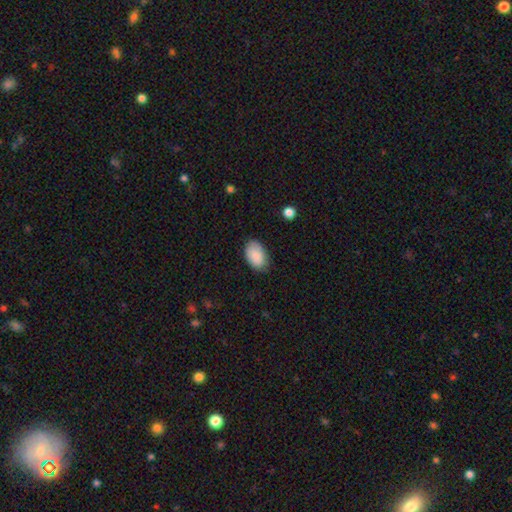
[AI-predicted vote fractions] smooth_or_featured: smooth (p=0.88) [alt: star or artifact p=0.06]
how_rounded: in between (p=0.93) [alt: round p=0.06]
merging: none (p=0.75) [alt: minor disturbance p=0.20]